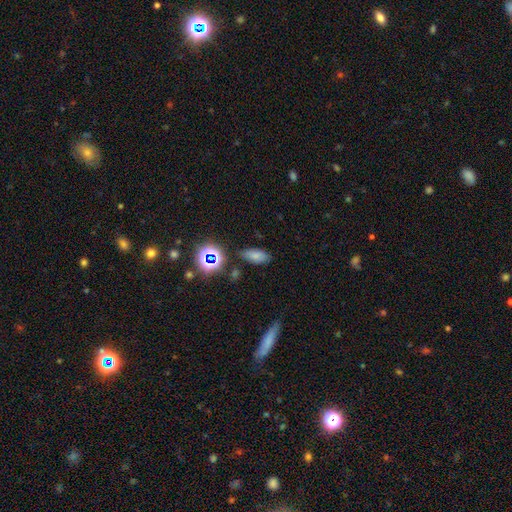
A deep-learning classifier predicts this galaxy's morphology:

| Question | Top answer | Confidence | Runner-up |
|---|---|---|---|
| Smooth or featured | smooth | 71% | star or artifact (20%) |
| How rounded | in between | 86% | cigar-shaped (7%) |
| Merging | none | 81% | minor disturbance (12%) |